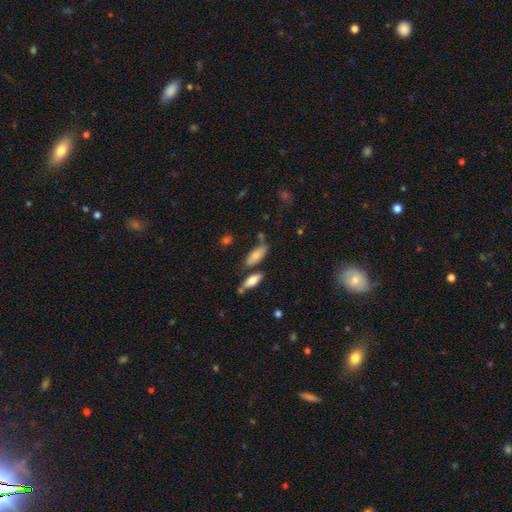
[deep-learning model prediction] This is likely a smooth galaxy (77%). How rounded: likely in between (71%). Merging: possibly none (57%).